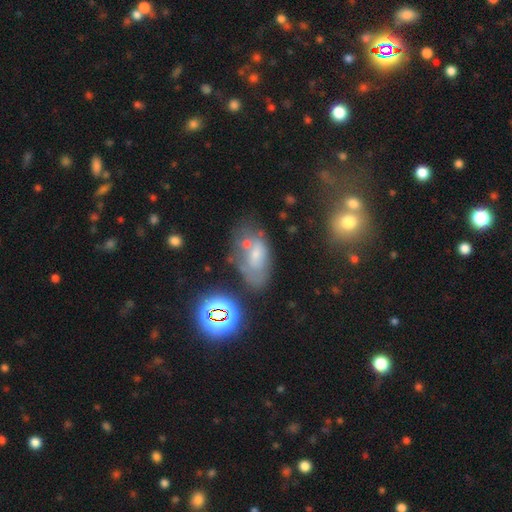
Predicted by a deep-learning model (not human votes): Smooth or featured: smooth — 44% (featured or disk — 36%)
Merging: none — 40% (minor disturbance — 24%)